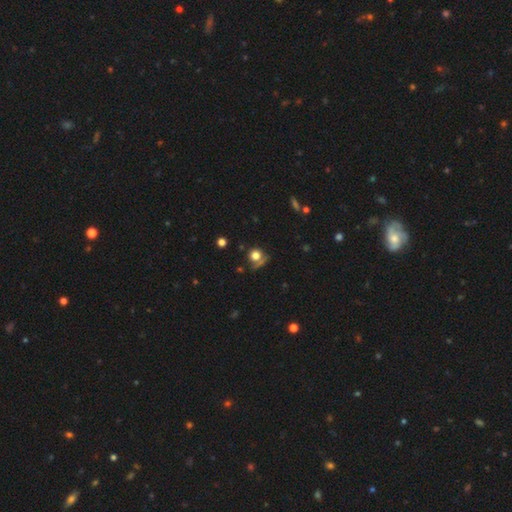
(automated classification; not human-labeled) This appears to be a smooth galaxy with no disk features (74%) that is round (88%). Merging: none (58%).